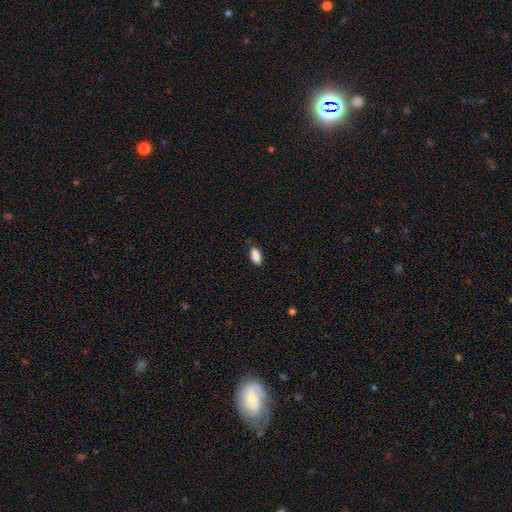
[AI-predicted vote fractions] Smooth or featured: smooth — 89% (star or artifact — 7%)
How rounded: in between — 91% (cigar-shaped — 6%)
Merging: none — 84% (minor disturbance — 12%)